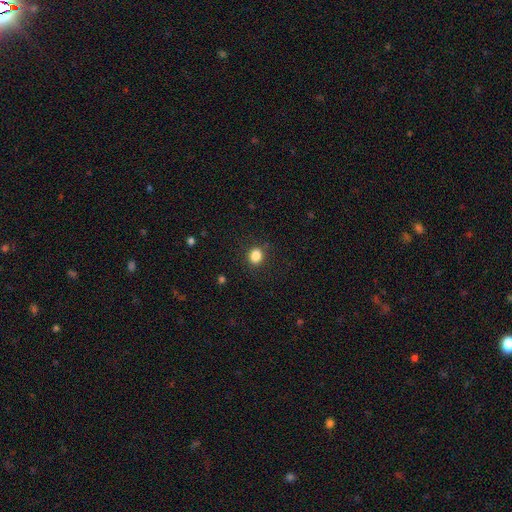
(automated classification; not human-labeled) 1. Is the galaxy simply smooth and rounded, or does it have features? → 85% smooth, 11% star or artifact, 4% featured or disk.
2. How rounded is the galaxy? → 71% round, 28% in between, 1% cigar-shaped.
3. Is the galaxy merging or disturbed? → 86% none, 9% minor disturbance, 3% major disturbance, 1% merger.